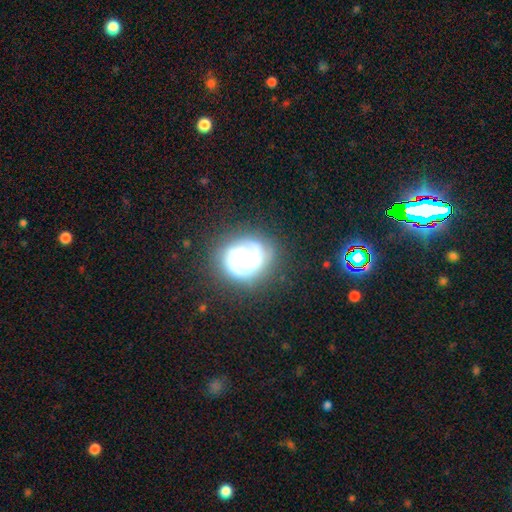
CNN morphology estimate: Smooth or featured?
  - featured or disk: 68% *
  - smooth: 23%
  - star or artifact: 9%
Edge-on disk?
  - no: 98% *
  - yes: 2%
Bar?
  - no: 74% *
  - weak: 20%
  - strong: 5%
Spiral arms?
  - yes: 87% *
  - no: 13%
Spiral winding?
  - tight: 54% *
  - medium: 34%
  - loose: 13%
Spiral arm count?
  - 2: 38% *
  - can't tell: 21%
  - 1: 18%
  - 3: 15%
  - 4: 4%
  - more than 4: 3%
Bulge size?
  - large: 41% *
  - moderate: 38%
  - dominant: 11%
  - small: 8%
  - none: 2%
Merging?
  - none: 70% *
  - minor disturbance: 18%
  - major disturbance: 10%
  - merger: 2%